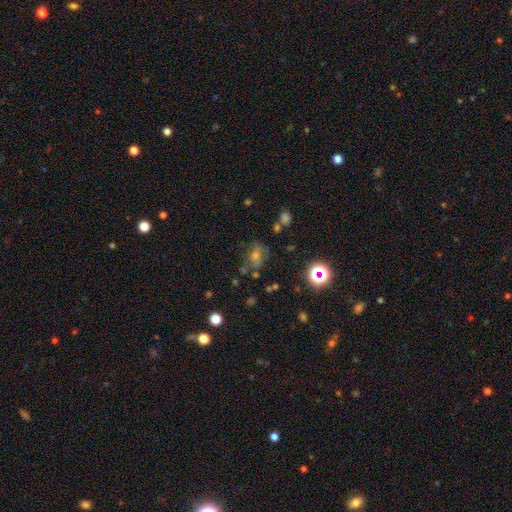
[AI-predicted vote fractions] Morphology: type=smooth (42%); merging=none (59%).